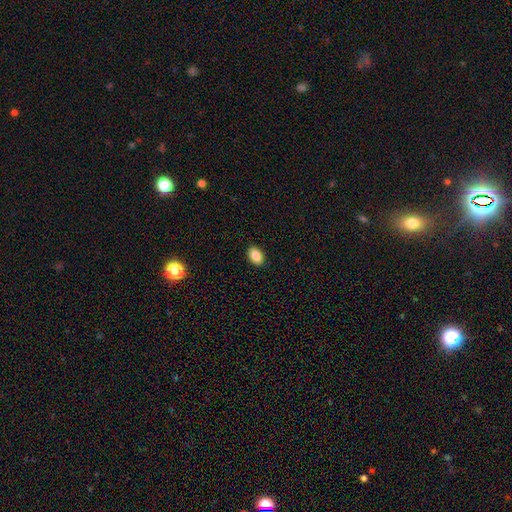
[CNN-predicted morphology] smooth_or_featured: smooth (p=0.87) [alt: star or artifact p=0.09]
how_rounded: in between (p=0.87) [alt: round p=0.12]
merging: none (p=0.90) [alt: minor disturbance p=0.07]